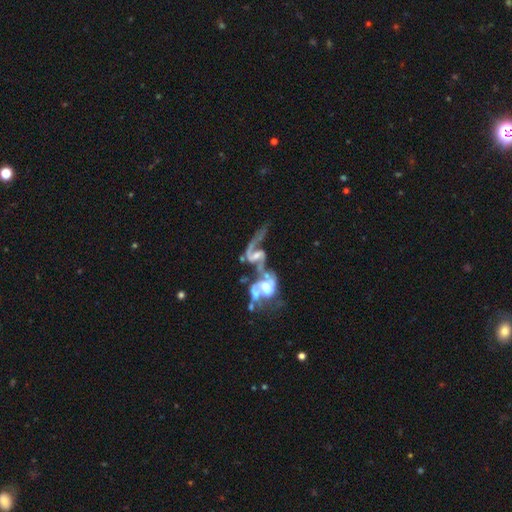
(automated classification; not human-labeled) This appears to be a featured or disk galaxy (83%) with a weak bar (40%), 2 (76%) loose (69%) spiral arms (89%) and a moderate central bulge (41%). Merging: merger (63%).